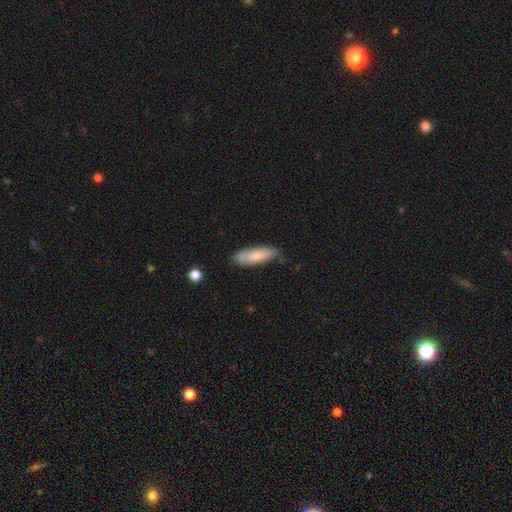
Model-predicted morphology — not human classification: Smooth or featured: smooth — 74% (featured or disk — 20%)
How rounded: cigar-shaped — 49% (tied with in between — 49%)
Merging: none — 74% (minor disturbance — 20%)